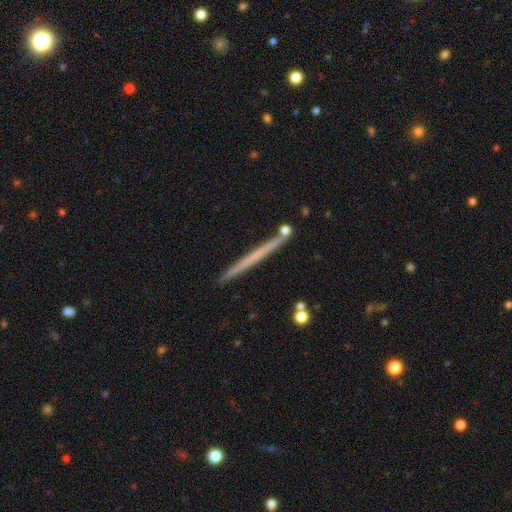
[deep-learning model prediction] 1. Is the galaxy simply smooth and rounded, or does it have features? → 50% featured or disk, 44% smooth, 6% star or artifact.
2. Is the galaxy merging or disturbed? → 89% none, 7% minor disturbance, 3% merger, 1% major disturbance.